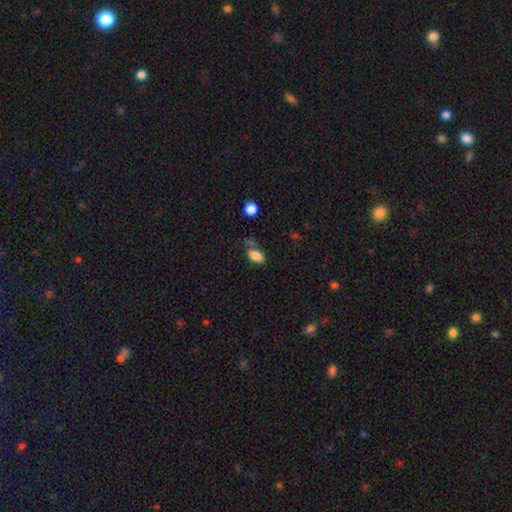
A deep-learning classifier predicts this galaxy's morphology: Overall: smooth (84%). How rounded: in between (90%). Merging: none (55%; minor disturbance 22%).